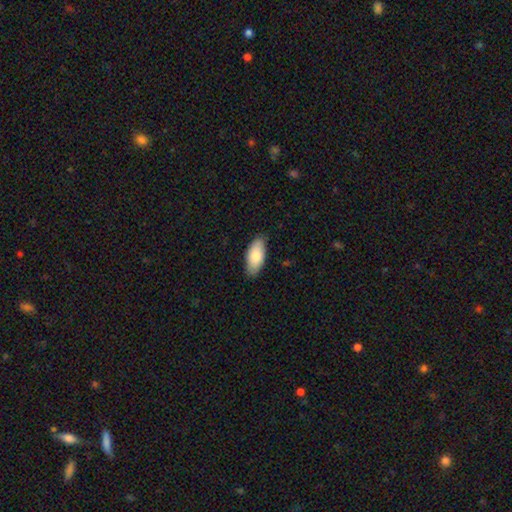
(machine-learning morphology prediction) Smooth or featured? Predicted: smooth (p=0.83). How rounded? Predicted: in between (p=0.92). Merging? Predicted: none (p=0.82).